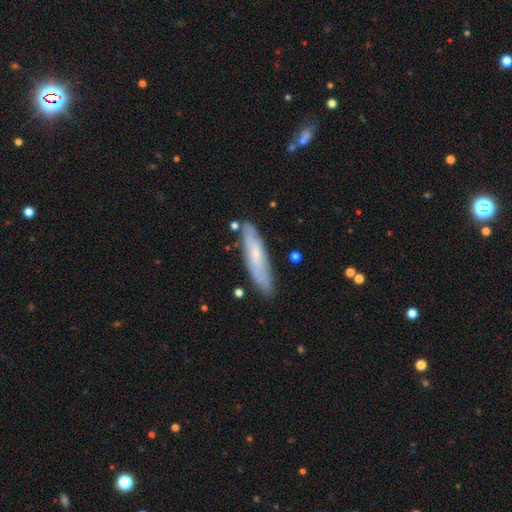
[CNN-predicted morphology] Q: Smooth or featured?
A: smooth (50%); runner-up: featured or disk (43%)
Q: How rounded?
A: cigar-shaped (79%); runner-up: in between (20%)
Q: Merging?
A: none (79%); runner-up: minor disturbance (15%)